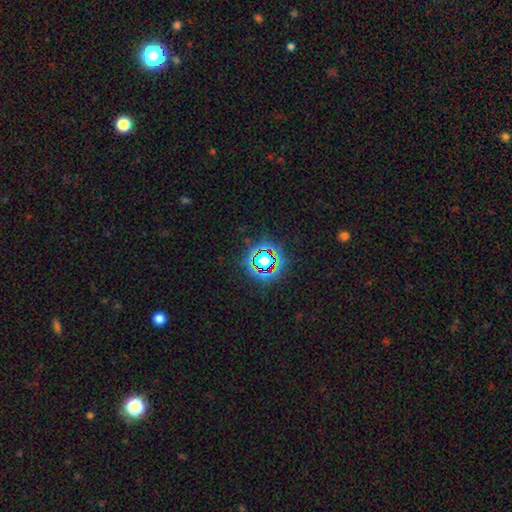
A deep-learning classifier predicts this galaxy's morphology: A star or artifact, not a galaxy (76%).

Vote fractions:
- Smooth or featured? star or artifact: 76% / smooth: 15% / featured or disk: 9%